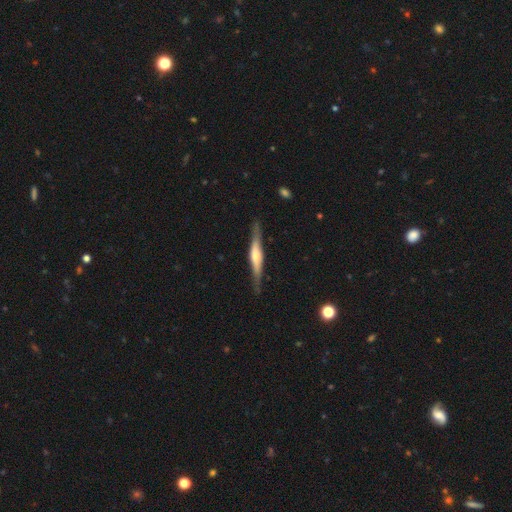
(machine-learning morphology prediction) The model was most divided on "smooth or featured": featured or disk: 66%, smooth: 29%, star or artifact: 5%. More confident: edge-on disk — yes (96%); merging — none (84%); edge-on bulge — rounded (68%).